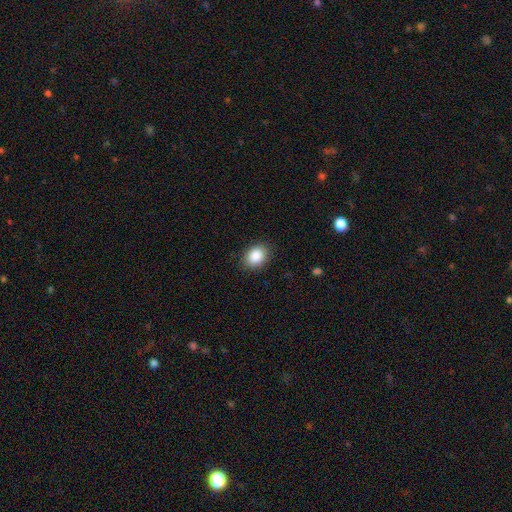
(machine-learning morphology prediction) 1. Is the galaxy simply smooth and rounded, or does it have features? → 88% smooth, 8% star or artifact, 4% featured or disk.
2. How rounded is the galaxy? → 63% in between, 36% round, 1% cigar-shaped.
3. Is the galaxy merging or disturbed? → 87% none, 9% minor disturbance, 2% major disturbance, 1% merger.